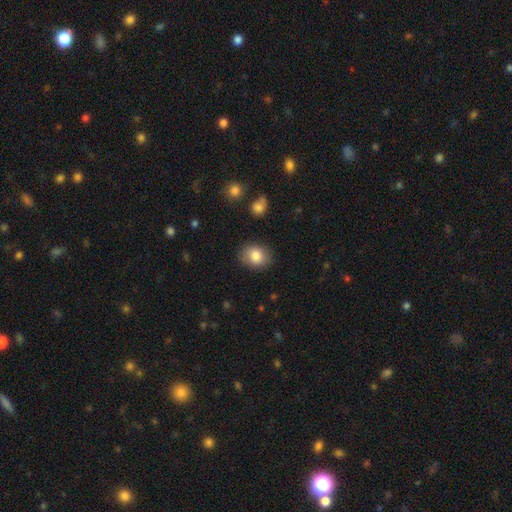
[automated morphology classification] smooth_or_featured: smooth (p=0.83) [alt: featured or disk p=0.09]
how_rounded: round (p=0.54) [alt: in between p=0.45]
merging: none (p=0.85) [alt: minor disturbance p=0.11]